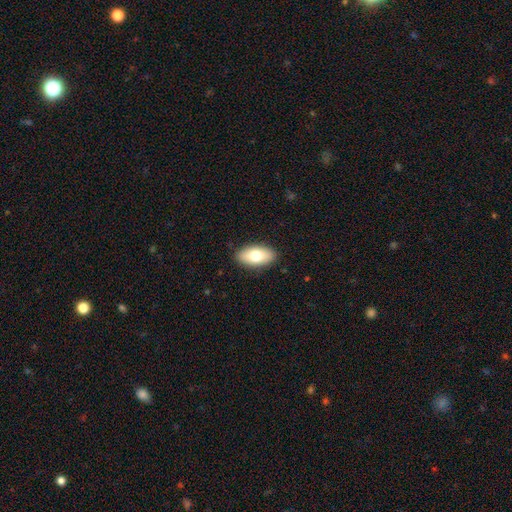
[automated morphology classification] Smooth or featured: smooth — 74% (featured or disk — 20%)
How rounded: in between — 93% (cigar-shaped — 4%)
Merging: none — 88% (minor disturbance — 9%)